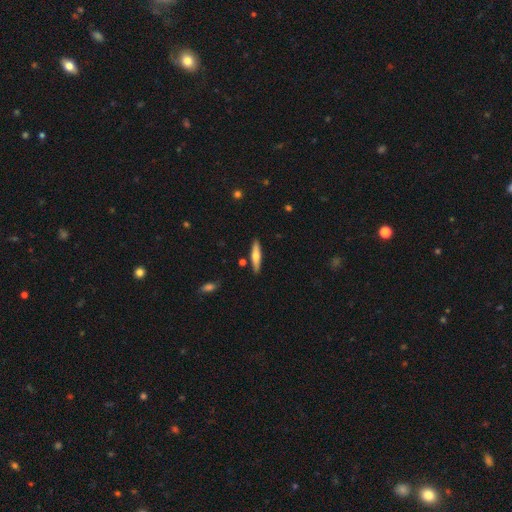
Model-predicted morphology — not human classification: smooth-or-featured: smooth: 59% | featured or disk: 36% | star or artifact: 6%
  how-rounded: cigar-shaped: 81% | in between: 17% | round: 2%
  merging: none: 86% | minor disturbance: 9% | merger: 3% | major disturbance: 2%